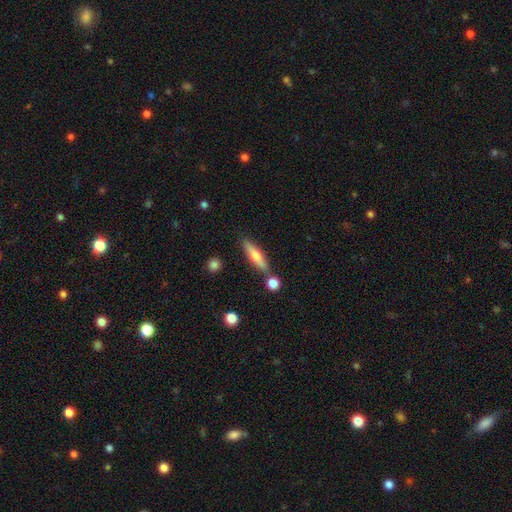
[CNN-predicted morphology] type=smooth (59%); roundness=cigar-shaped (78%); merging=none (78%).